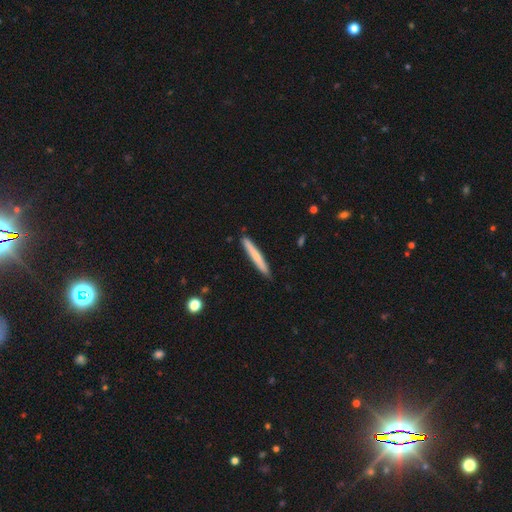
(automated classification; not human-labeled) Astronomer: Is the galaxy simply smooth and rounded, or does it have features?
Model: smooth — 66%.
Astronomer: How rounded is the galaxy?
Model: cigar-shaped — 96%.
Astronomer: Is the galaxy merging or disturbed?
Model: none — 90%.